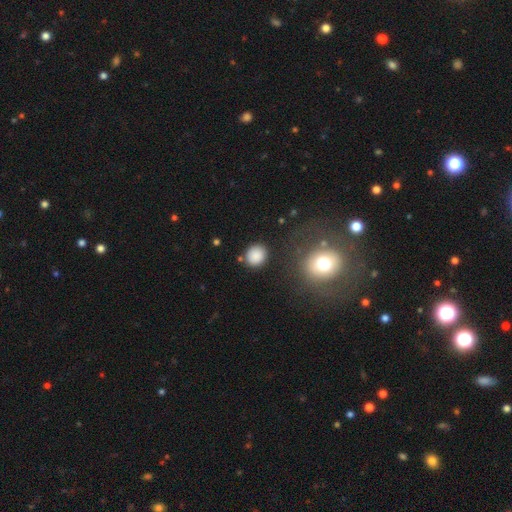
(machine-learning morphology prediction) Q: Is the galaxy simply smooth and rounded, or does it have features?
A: smooth — 86%.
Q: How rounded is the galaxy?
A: round — 77%.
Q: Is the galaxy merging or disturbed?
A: none — 83%.